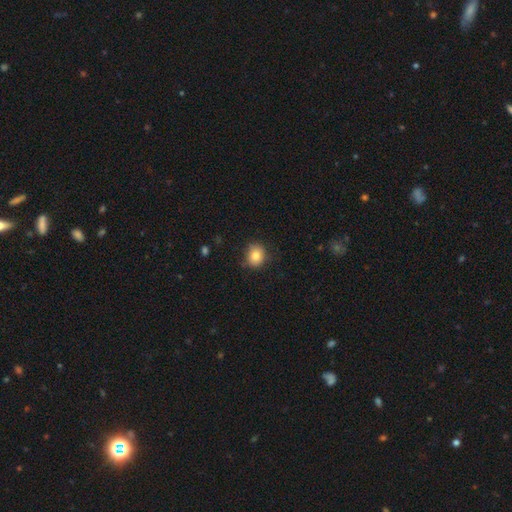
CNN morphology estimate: smooth-or-featured: smooth: 82% | star or artifact: 10% | featured or disk: 8%
  how-rounded: round: 75% | in between: 24% | cigar-shaped: 1%
  merging: none: 83% | minor disturbance: 13% | major disturbance: 3% | merger: 1%